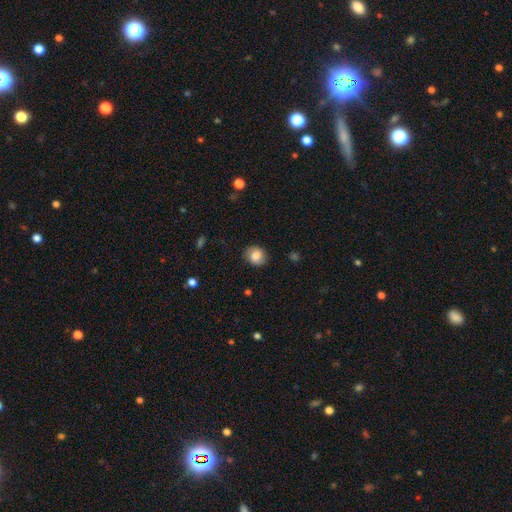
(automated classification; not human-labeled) This is likely a smooth galaxy (77%). How rounded: likely round (67%). Merging: clearly none (83%).